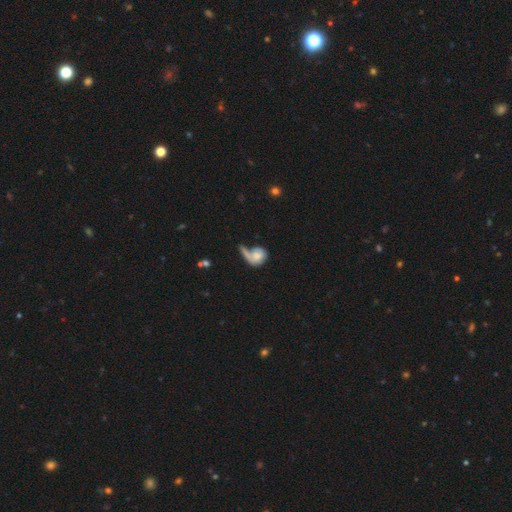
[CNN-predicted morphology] Q: Smooth or featured?
A: smooth (55%); runner-up: featured or disk (37%)
Q: How rounded?
A: round (66%); runner-up: in between (32%)
Q: Merging?
A: major disturbance (32%); runner-up: none (30%)